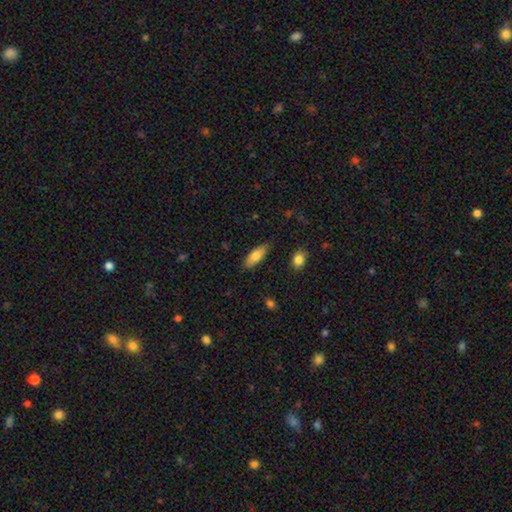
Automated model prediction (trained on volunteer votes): Smooth or featured?
  - smooth: 78% *
  - featured or disk: 15%
  - star or artifact: 6%
How rounded?
  - in between: 65% *
  - cigar-shaped: 33%
  - round: 2%
Merging?
  - none: 84% *
  - minor disturbance: 12%
  - major disturbance: 2%
  - merger: 2%